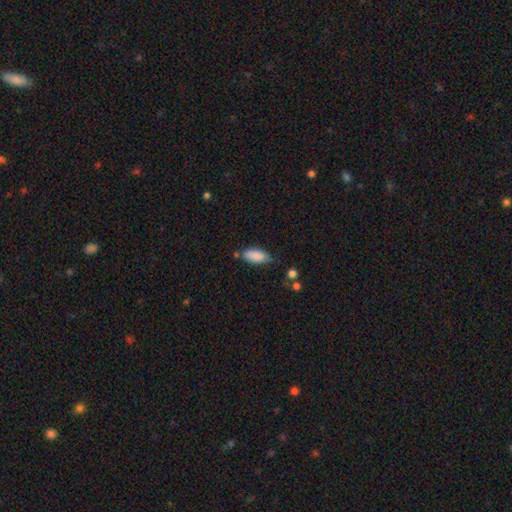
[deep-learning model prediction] A smooth galaxy with no disk features (88%) that is in between round and cigar-shaped (87%). Merging: none (66%).